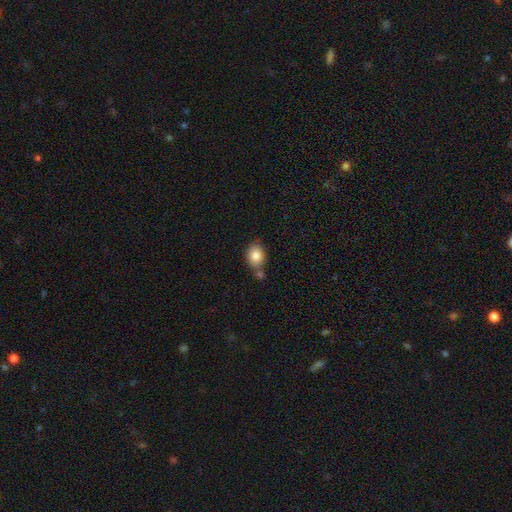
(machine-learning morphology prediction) A smooth galaxy with no disk features (84%) that is in between round and cigar-shaped (61%). Merging: none (59%).